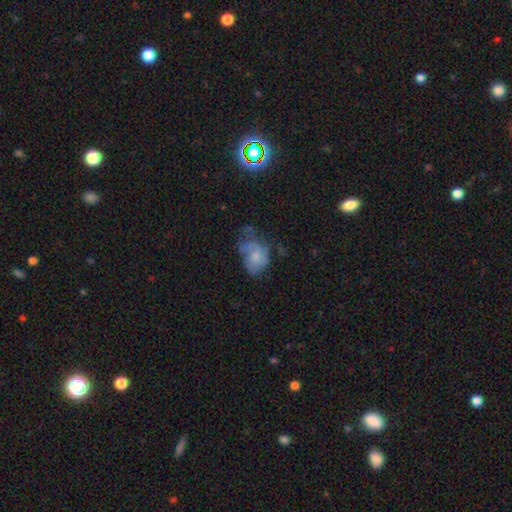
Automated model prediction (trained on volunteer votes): Overall: smooth (52%; featured or disk 38%). How rounded: in between (69%; round 30%). Merging: major disturbance (38%; minor disturbance 31%).